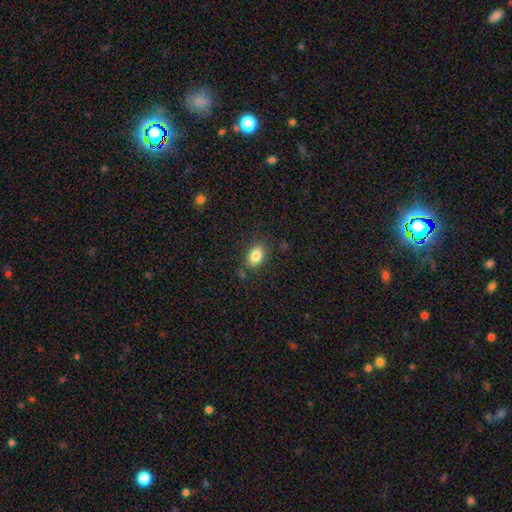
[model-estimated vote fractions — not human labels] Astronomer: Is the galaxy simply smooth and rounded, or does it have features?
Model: smooth — 84%.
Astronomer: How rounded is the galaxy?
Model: in between — 81%.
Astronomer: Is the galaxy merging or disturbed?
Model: none — 81%.